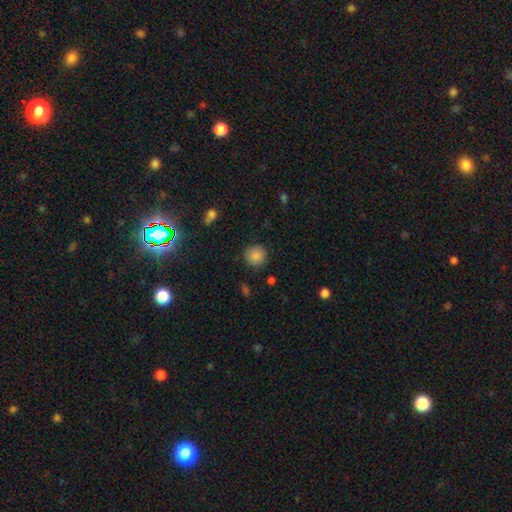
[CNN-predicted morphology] type=smooth (86%); roundness=round (92%); merging=none (86%).